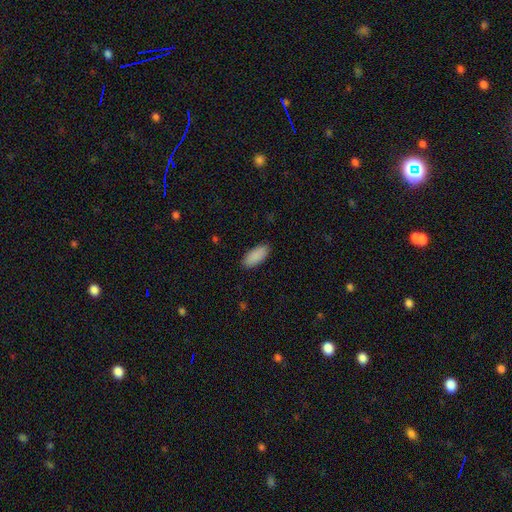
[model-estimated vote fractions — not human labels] This is clearly a smooth galaxy (90%). How rounded: clearly in between (89%). Merging: clearly none (88%).